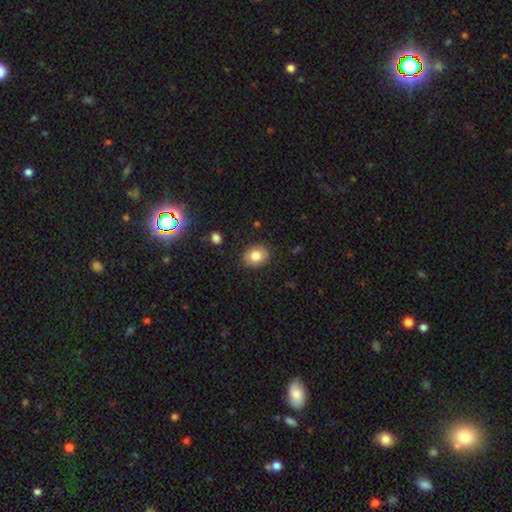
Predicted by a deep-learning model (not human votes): Overall: smooth (80%). How rounded: round (50%; in between 49%). Merging: none (86%).